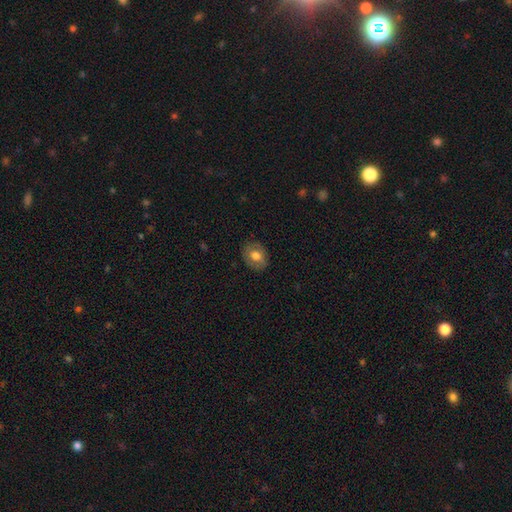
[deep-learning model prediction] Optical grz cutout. It shows a smooth galaxy with no disk features (67%) that is in between round and cigar-shaped (55%). Merging: none (84%).